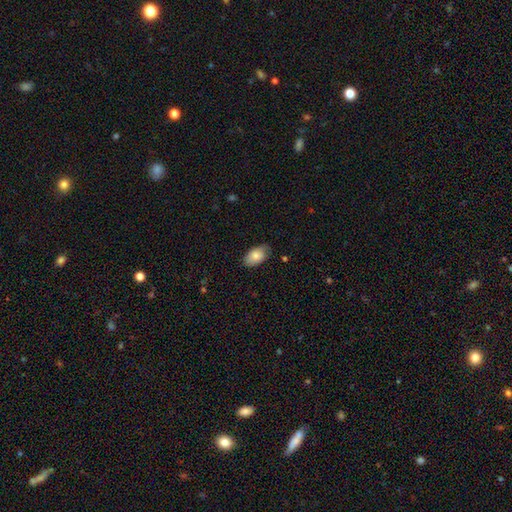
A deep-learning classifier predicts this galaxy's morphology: This is likely a smooth galaxy (79%). How rounded: clearly in between (94%). Merging: likely none (68%).